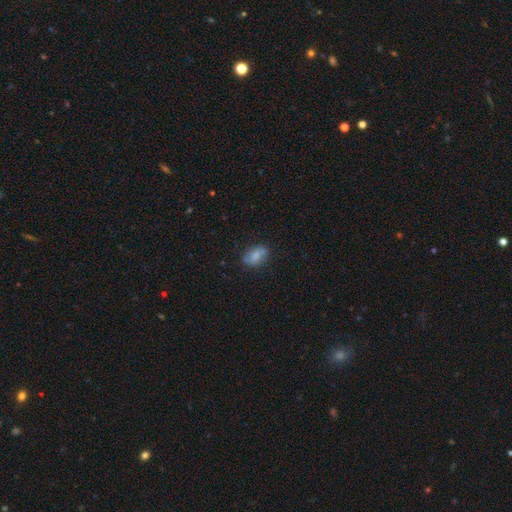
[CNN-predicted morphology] Q: Smooth or featured?
A: smooth (72%); runner-up: featured or disk (19%)
Q: How rounded?
A: in between (82%); runner-up: round (16%)
Q: Merging?
A: none (71%); runner-up: minor disturbance (20%)